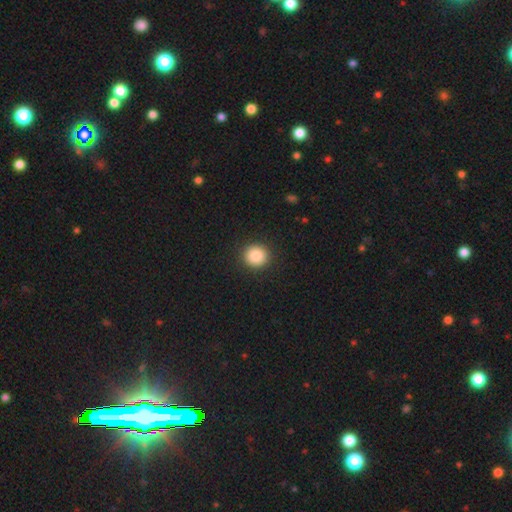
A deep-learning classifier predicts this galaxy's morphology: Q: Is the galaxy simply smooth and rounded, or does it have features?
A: smooth — 86%.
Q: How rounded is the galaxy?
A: round — 92%.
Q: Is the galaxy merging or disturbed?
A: none — 92%.